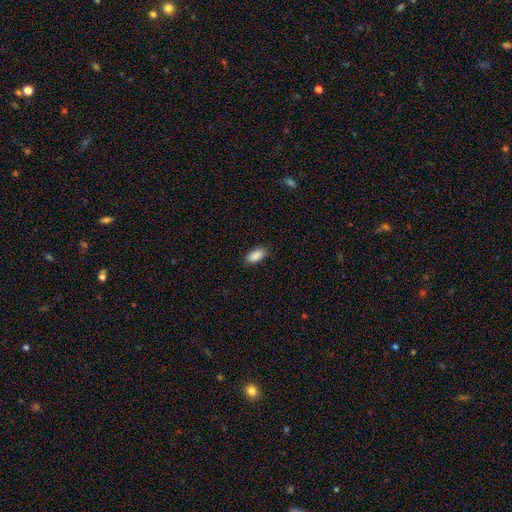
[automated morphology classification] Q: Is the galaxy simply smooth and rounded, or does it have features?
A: smooth — 90%.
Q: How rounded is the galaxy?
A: in between — 89%.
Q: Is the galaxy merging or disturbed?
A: none — 88%.